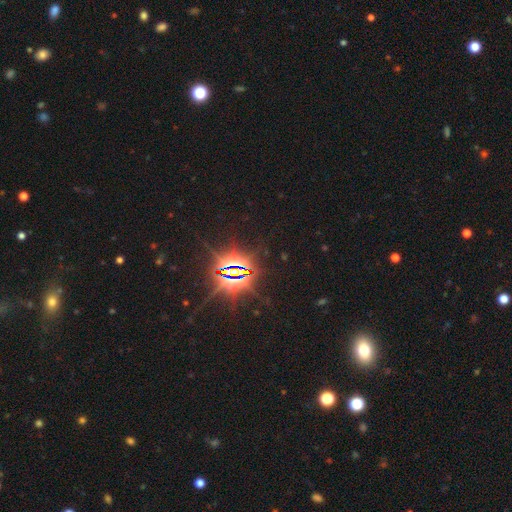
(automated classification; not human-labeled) A star or artifact, not a galaxy (83%).